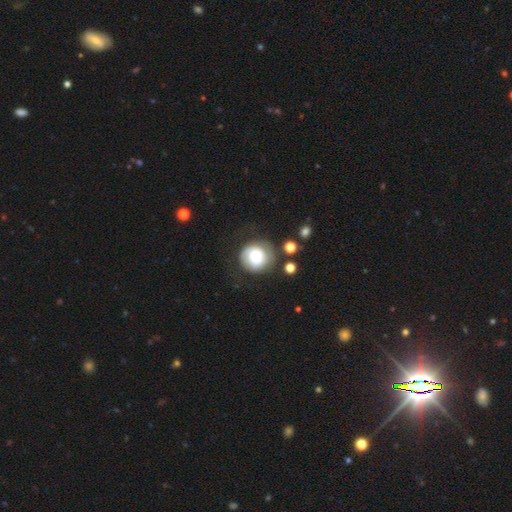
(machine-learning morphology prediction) type=smooth (53%); roundness=round (88%); merging=none (62%).